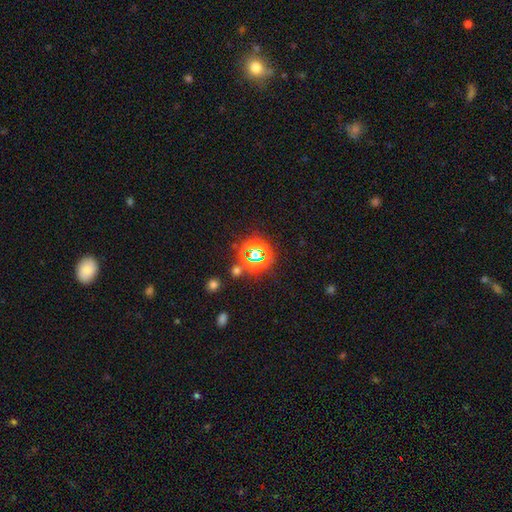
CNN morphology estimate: Smooth or featured? Predicted: star or artifact (p=0.72).